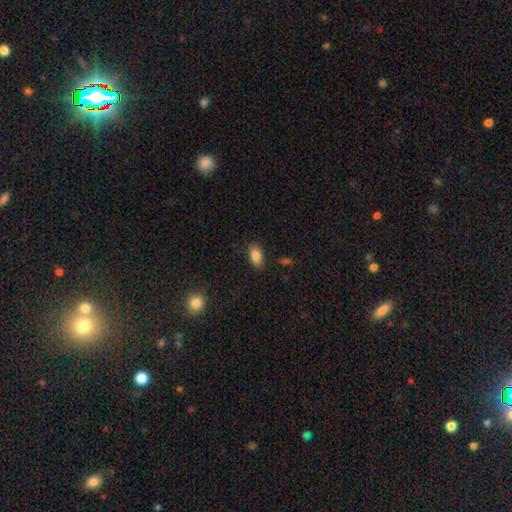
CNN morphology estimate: This is clearly a smooth galaxy (86%). How rounded: clearly in between (92%). Merging: clearly none (86%).